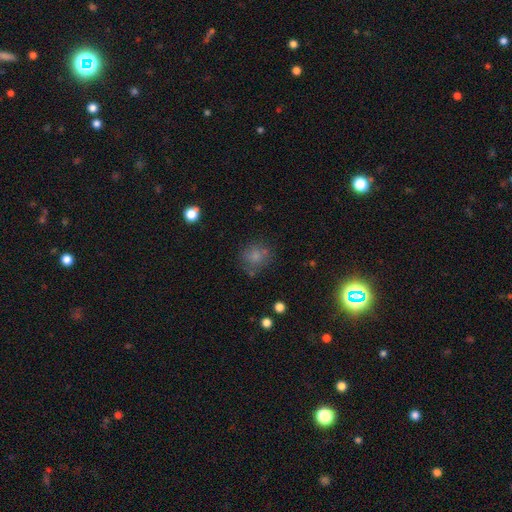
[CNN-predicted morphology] smooth_or_featured: smooth (p=0.76) [alt: star or artifact p=0.13]
how_rounded: round (p=0.81) [alt: in between p=0.18]
merging: none (p=0.67) [alt: minor disturbance p=0.17]